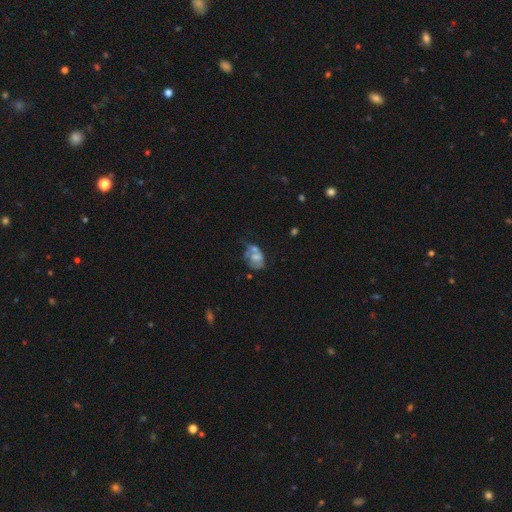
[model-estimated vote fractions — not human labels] smooth_or_featured: smooth (p=0.45) [alt: featured or disk p=0.43]
merging: merger (p=0.32) [alt: none p=0.25]